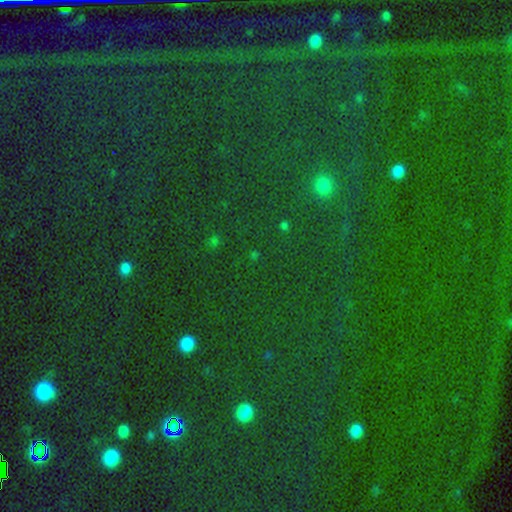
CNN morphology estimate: This is likely a star or artifact rather than a galaxy (76%).